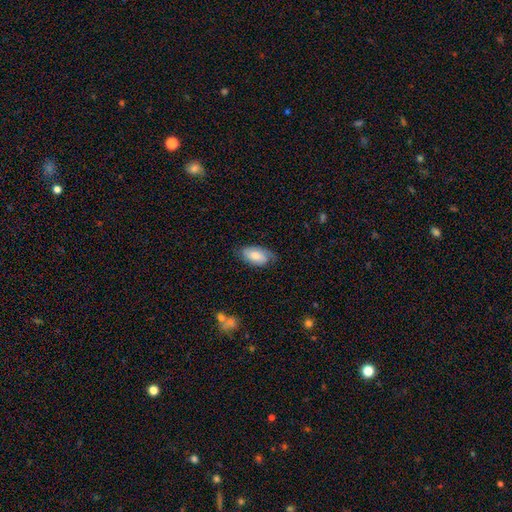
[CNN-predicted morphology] Smooth or featured? Predicted: smooth (p=0.47). Merging? Predicted: none (p=0.71).